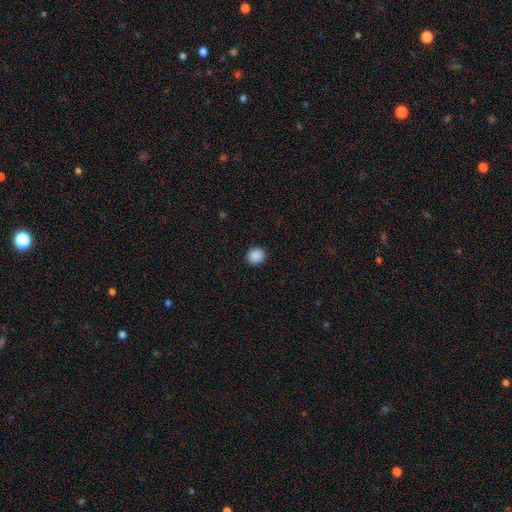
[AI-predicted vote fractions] Smooth or featured?
  - smooth: 89% *
  - star or artifact: 9%
  - featured or disk: 2%
How rounded?
  - round: 88% *
  - in between: 12%
  - cigar-shaped: 1%
Merging?
  - none: 92% *
  - minor disturbance: 5%
  - major disturbance: 2%
  - merger: 1%